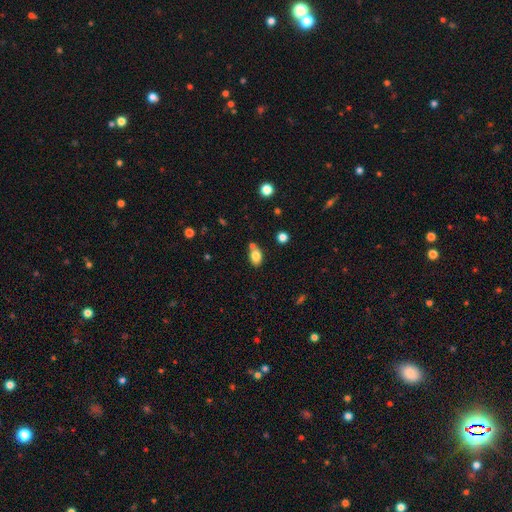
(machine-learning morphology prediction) Smooth or featured? smooth (82%)
How rounded? in between (78%)
Merging? none (59%)